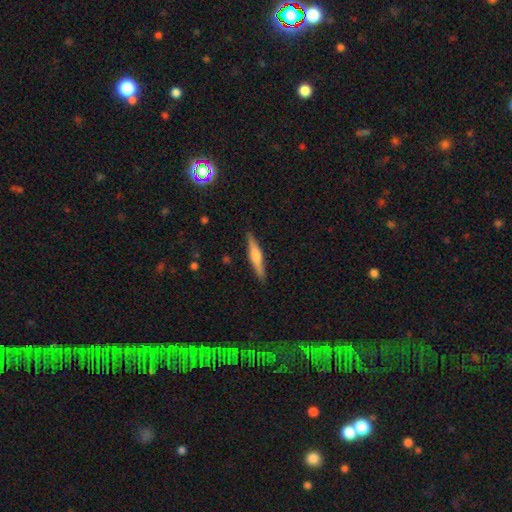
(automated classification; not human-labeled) smooth_or_featured: featured or disk (p=0.58) [alt: smooth p=0.36]
disk_edge_on: yes (p=0.97) [alt: no p=0.03]
edge_on_bulge: rounded (p=0.81) [alt: boxy p=0.13]
merging: none (p=0.89) [alt: minor disturbance p=0.08]